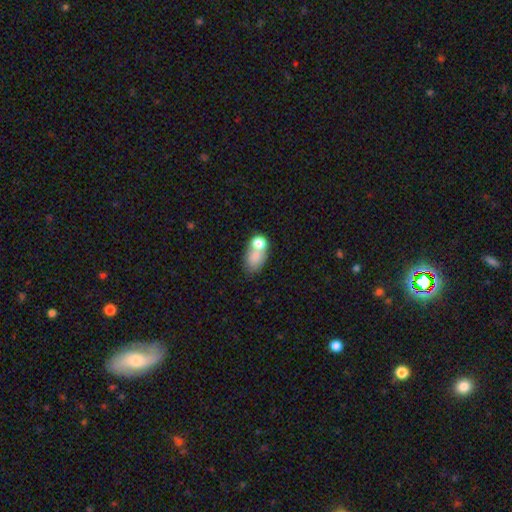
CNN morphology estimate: This appears to be a smooth galaxy with no disk features (73%) that is in between round and cigar-shaped (77%). Merging: merger (52%).